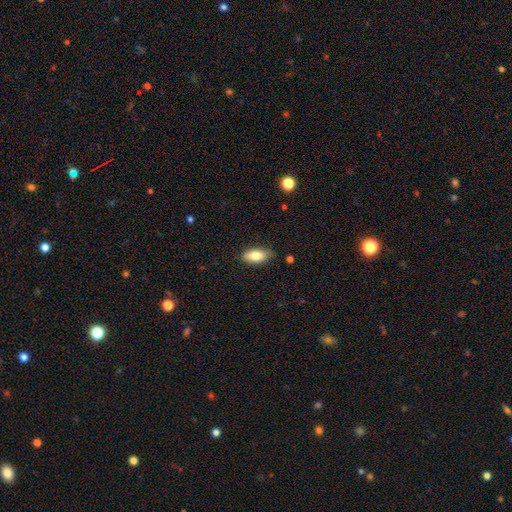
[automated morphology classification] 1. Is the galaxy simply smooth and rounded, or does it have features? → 79% smooth, 14% featured or disk, 7% star or artifact.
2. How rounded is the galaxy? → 85% in between, 12% cigar-shaped, 3% round.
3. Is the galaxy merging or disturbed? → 80% none, 16% minor disturbance, 3% major disturbance, 1% merger.